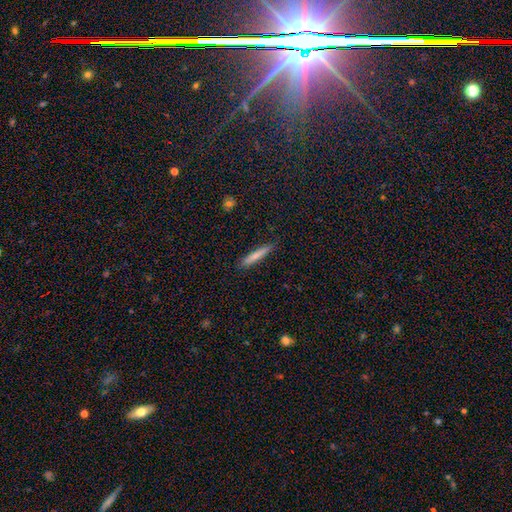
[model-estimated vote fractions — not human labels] Q: Smooth or featured?
A: smooth (71%); runner-up: featured or disk (22%)
Q: How rounded?
A: cigar-shaped (94%); runner-up: in between (5%)
Q: Merging?
A: none (89%); runner-up: minor disturbance (8%)